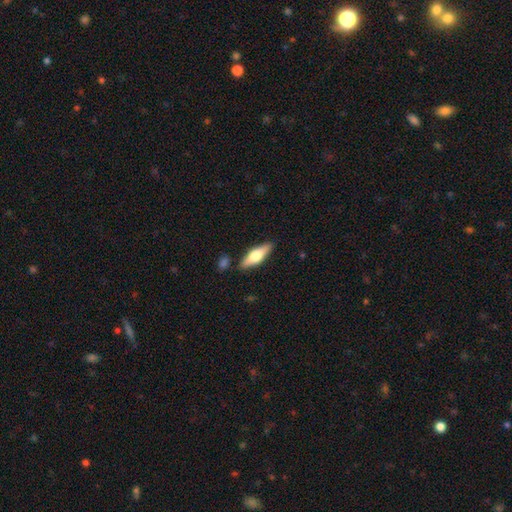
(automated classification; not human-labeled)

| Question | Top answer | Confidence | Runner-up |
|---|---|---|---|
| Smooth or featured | featured or disk | 48% | smooth (46%) |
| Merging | none | 85% | minor disturbance (10%) |